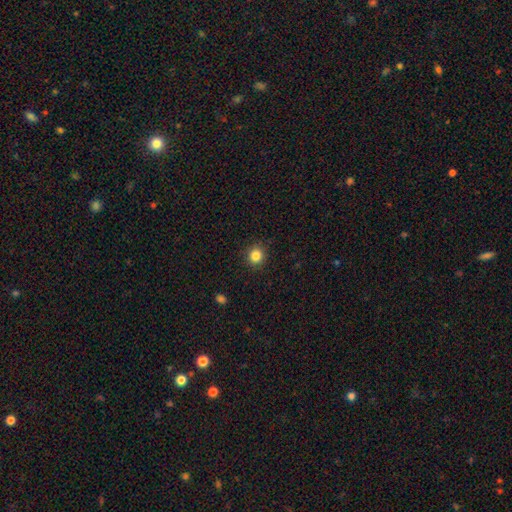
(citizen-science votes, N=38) Volunteers were most divided on "smooth or featured": smooth: 92%, star or artifact: 8%, featured or disk: 0%. More confident: merging — none (97%); how rounded — round (94%).